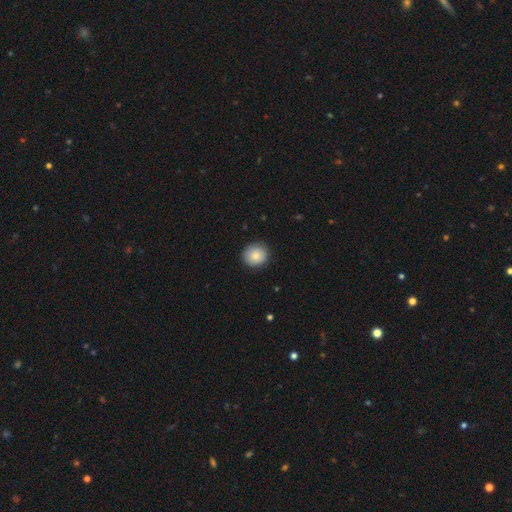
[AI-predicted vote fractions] The model was most divided on "smooth or featured": smooth: 82%, featured or disk: 10%, star or artifact: 8%. More confident: how rounded — round (88%); merging — none (87%).